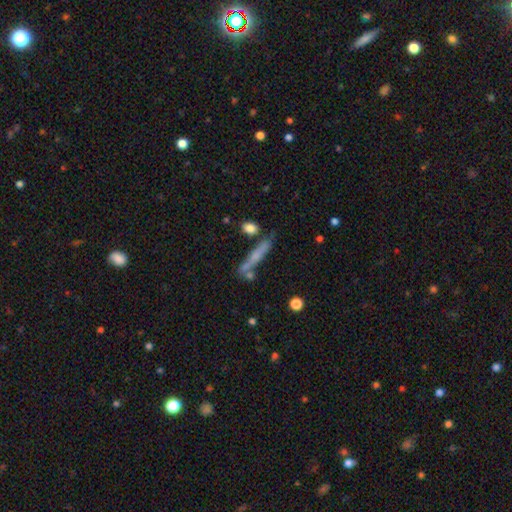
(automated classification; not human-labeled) smooth 54%, featured or disk 37%, star or artifact 10%. Down the decision tree: how rounded — cigar-shaped (89%); merging — none (66%).